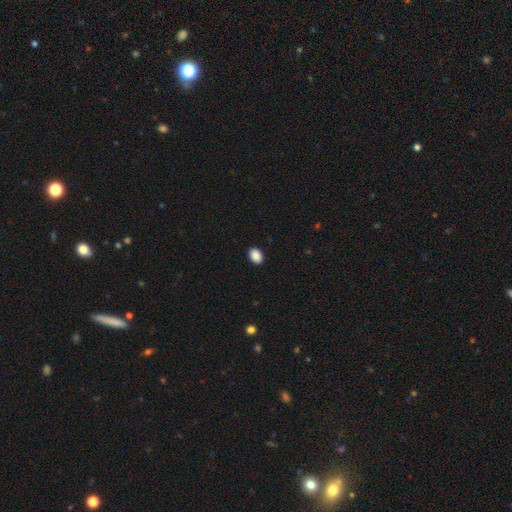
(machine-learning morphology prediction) This is clearly a smooth galaxy (90%). How rounded: likely in between (77%). Merging: clearly none (91%).